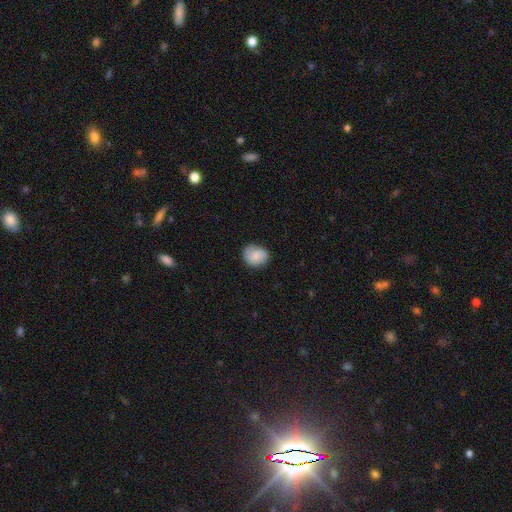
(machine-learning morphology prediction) smooth_or_featured: smooth (p=0.82) [alt: featured or disk p=0.11]
how_rounded: round (p=0.59) [alt: in between p=0.41]
merging: none (p=0.74) [alt: minor disturbance p=0.20]